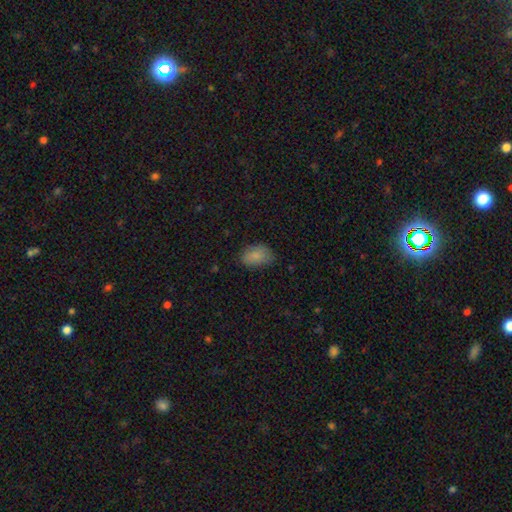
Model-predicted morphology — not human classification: Overall: smooth (84%). How rounded: in between (87%). Merging: none (72%).